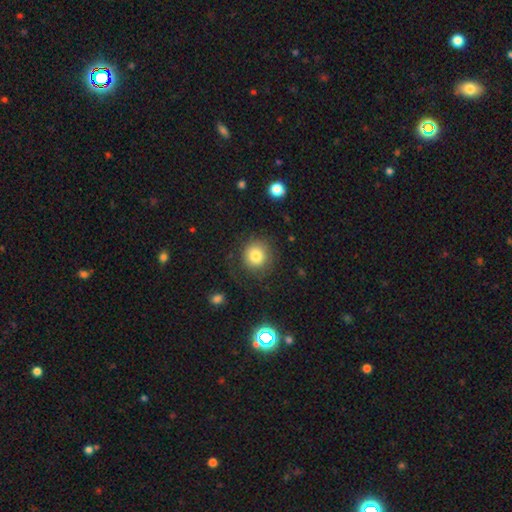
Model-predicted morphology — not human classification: Overall: smooth (79%). How rounded: round (89%). Merging: none (77%).